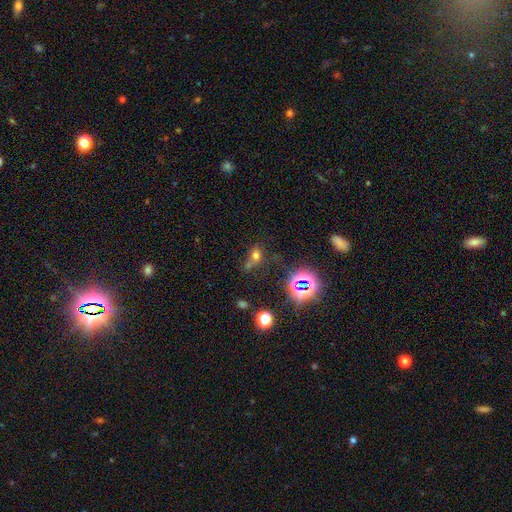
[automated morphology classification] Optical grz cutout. It shows a smooth galaxy with no disk features (54%) that is in between round and cigar-shaped (50%). Merging: none (43%).